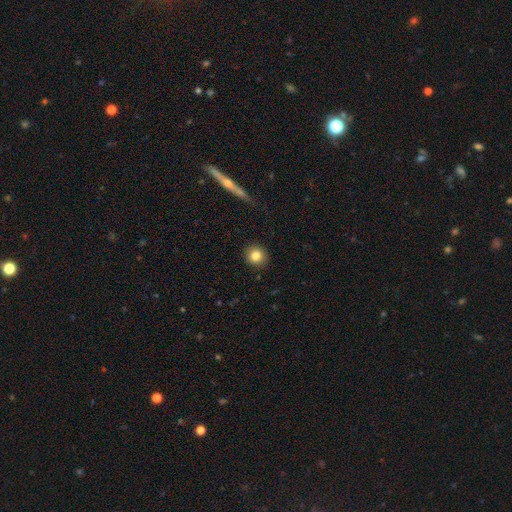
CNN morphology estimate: Overall: smooth (83%). How rounded: round (91%). Merging: none (91%).